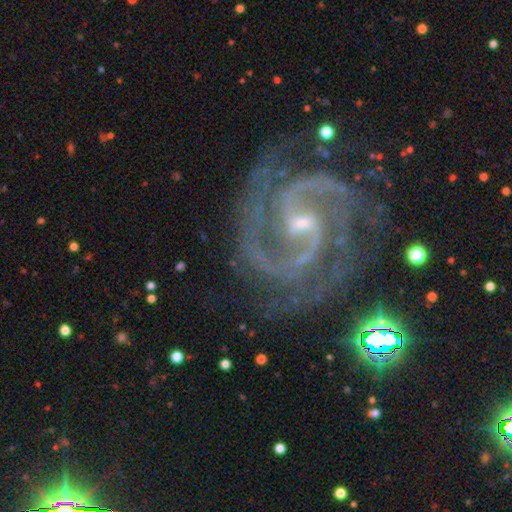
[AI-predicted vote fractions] smooth-or-featured: featured or disk: 93% | star or artifact: 5% | smooth: 2%
  disk-edge-on: no: 98% | yes: 2%
    bar: weak: 49% | strong: 28% | no: 23%
    has-spiral-arms: yes: 99% | no: 1%
      spiral-winding: medium: 60% | tight: 32% | loose: 8%
      spiral-arm-count: 2: 84% | 3: 7% | can't tell: 3% | 4: 2% | 1: 2% | more than 4: 2%
    bulge-size: small: 71% | moderate: 23% | none: 4% | large: 1% | dominant: 1%
  merging: none: 74% | minor disturbance: 16% | major disturbance: 7% | merger: 2%